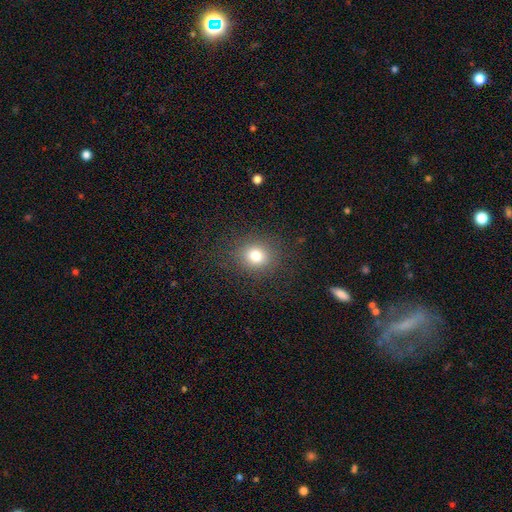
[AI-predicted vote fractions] The model was most divided on "how rounded": round: 75%, in between: 24%, cigar-shaped: 1%. More confident: merging — none (86%); smooth or featured — smooth (80%).